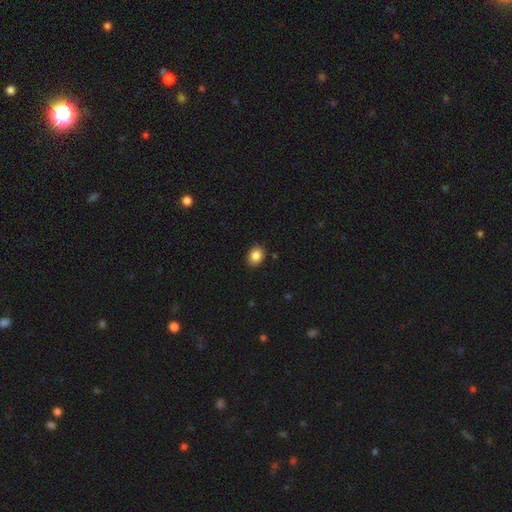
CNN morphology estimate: Smooth or featured: smooth — 86% (star or artifact — 9%)
How rounded: in between — 55% (round — 44%)
Merging: none — 89% (minor disturbance — 8%)